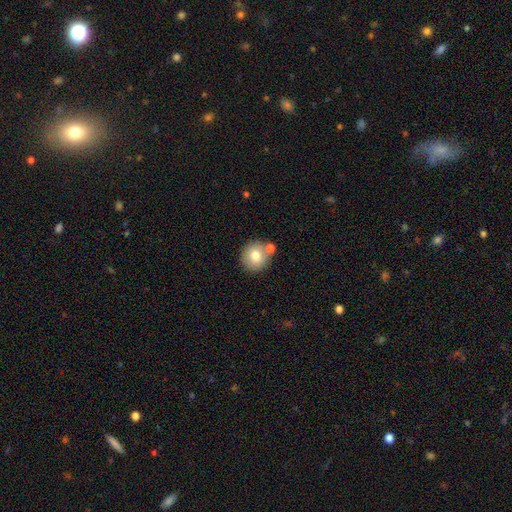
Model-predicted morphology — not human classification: type=smooth (74%); roundness=round (88%); merging=none (70%).